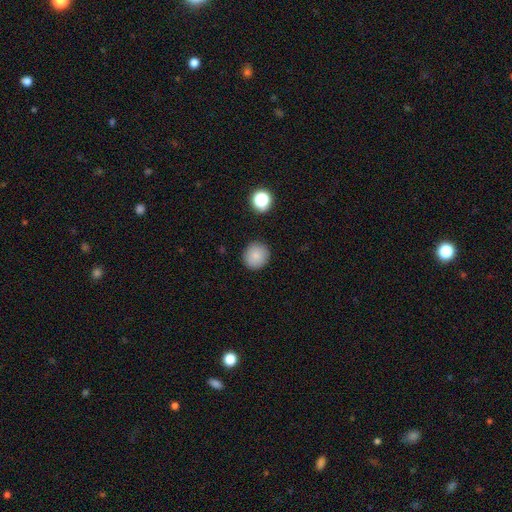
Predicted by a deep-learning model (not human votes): Smooth or featured: smooth — 84% (star or artifact — 10%)
How rounded: round — 90% (in between — 9%)
Merging: none — 90% (minor disturbance — 7%)